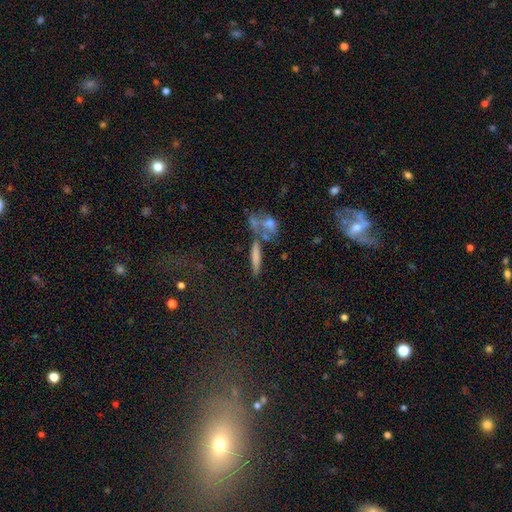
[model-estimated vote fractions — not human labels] Smooth or featured?
  - smooth: 59% *
  - featured or disk: 29%
  - star or artifact: 12%
How rounded?
  - cigar-shaped: 81% *
  - in between: 15%
  - round: 4%
Merging?
  - none: 56% *
  - merger: 25%
  - minor disturbance: 12%
  - major disturbance: 7%